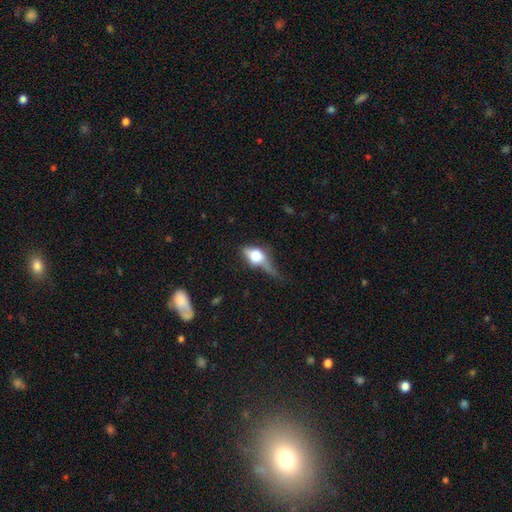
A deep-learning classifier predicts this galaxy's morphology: smooth_or_featured: smooth (p=0.51) [alt: featured or disk p=0.39]
how_rounded: in between (p=0.66) [alt: round p=0.21]
merging: none (p=0.34) [alt: minor disturbance p=0.30]